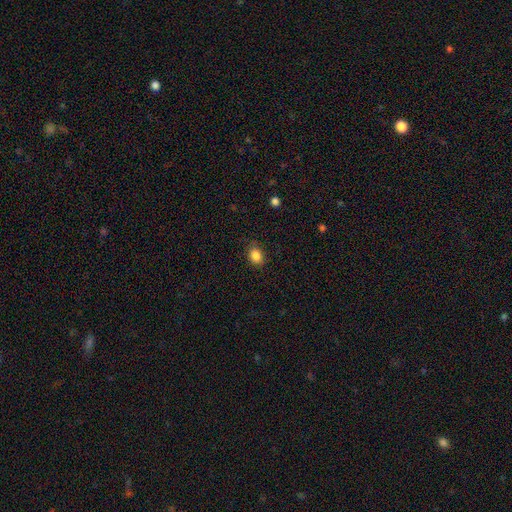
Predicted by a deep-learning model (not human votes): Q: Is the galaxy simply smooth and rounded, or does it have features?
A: smooth — 86%.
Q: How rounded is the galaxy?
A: in between — 61%.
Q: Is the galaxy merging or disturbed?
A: none — 84%.